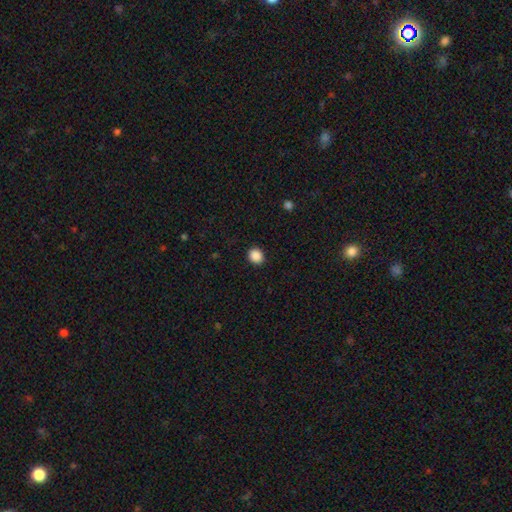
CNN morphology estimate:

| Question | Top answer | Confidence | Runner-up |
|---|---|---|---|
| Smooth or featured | smooth | 88% | star or artifact (9%) |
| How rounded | round | 74% | in between (25%) |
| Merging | none | 91% | minor disturbance (6%) |